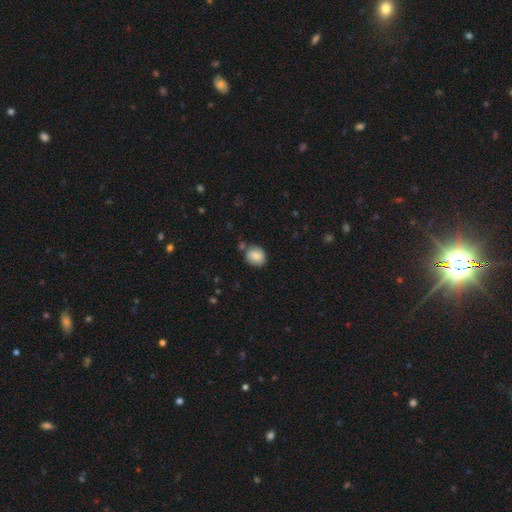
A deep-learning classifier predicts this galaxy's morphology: smooth 80%, featured or disk 12%, star or artifact 8%. Down the decision tree: how rounded — round (69%); merging — none (69%).